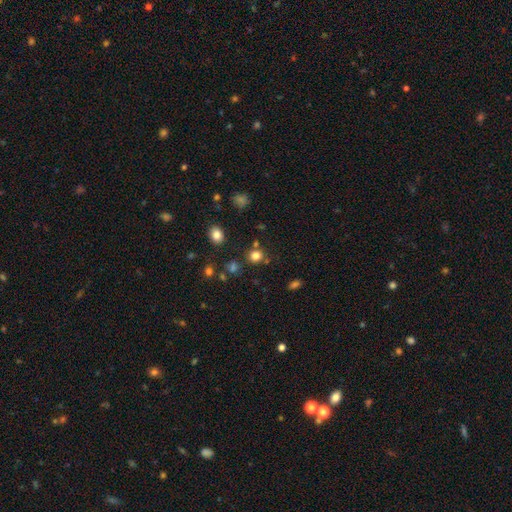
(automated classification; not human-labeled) The model was most divided on "smooth or featured": smooth: 78%, star or artifact: 17%, featured or disk: 6%. More confident: how rounded — round (85%); merging — none (78%).